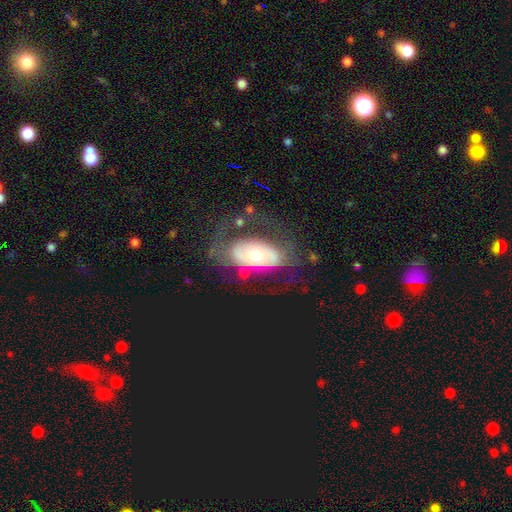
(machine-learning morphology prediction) The model was most divided on "spiral arms": no: 55%, yes: 45%. More confident: edge-on disk — no (92%); bar — no (81%); bulge size — moderate (67%); smooth or featured — featured or disk (65%); merging — none (52%).